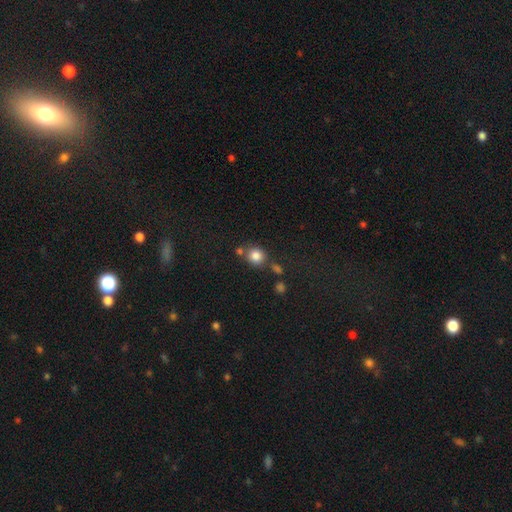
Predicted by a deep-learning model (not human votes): Smooth or featured? Predicted: smooth (p=0.82). How rounded? Predicted: round (p=0.83). Merging? Predicted: none (p=0.66).